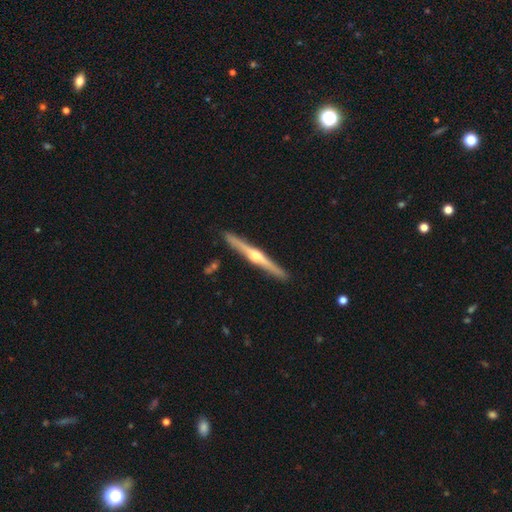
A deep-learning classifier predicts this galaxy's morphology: A featured or disk galaxy (81%) viewed edge-on (98%) with a rounded central bulge (94%).

Vote fractions:
- Smooth or featured? featured or disk: 81% / smooth: 14% / star or artifact: 5%
- Edge-on disk? yes: 98% / no: 2%
- Edge-on bulge? rounded: 94% / none: 4% / boxy: 3%
- Merging? none: 92% / minor disturbance: 6% / merger: 1% / major disturbance: 1%